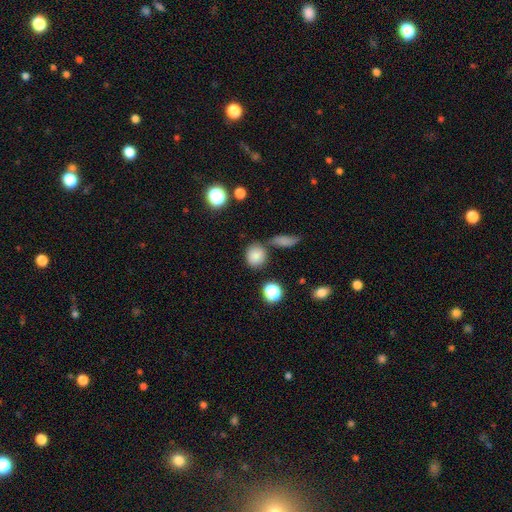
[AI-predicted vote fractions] Overall: smooth (82%). How rounded: round (74%). Merging: none (71%).